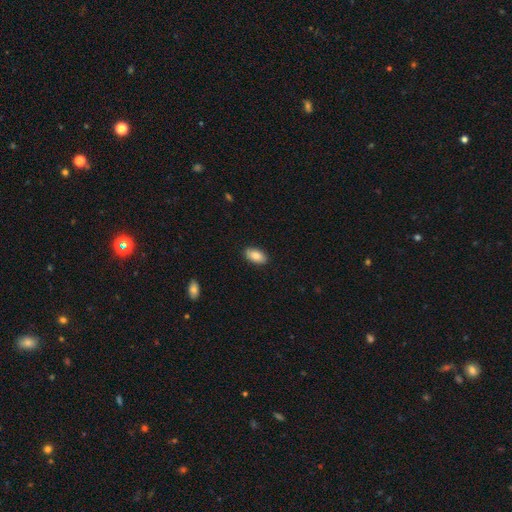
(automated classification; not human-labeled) A smooth galaxy with no disk features (87%) that is in between round and cigar-shaped (94%).

Vote fractions:
- Smooth or featured? smooth: 87% / featured or disk: 7% / star or artifact: 7%
- How rounded? in between: 94% / round: 4% / cigar-shaped: 3%
- Merging? none: 89% / minor disturbance: 8% / major disturbance: 2% / merger: 1%